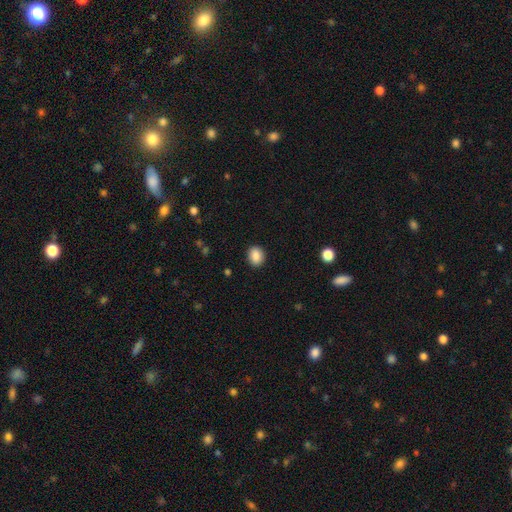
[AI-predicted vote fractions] smooth 88%, star or artifact 8%, featured or disk 4%. Down the decision tree: how rounded — in between (52%); merging — none (89%).